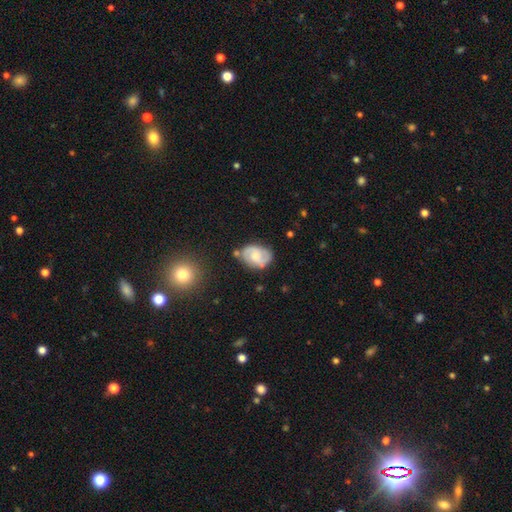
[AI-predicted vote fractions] This is likely a featured or disk galaxy (64%). It is clearly not viewed edge-on (97%). Bar: possibly no (56%). Spiral arm pattern: clearly yes (89%). Spiral arm count: likely 2 (79%). Spiral winding: possibly medium (47%). Central bulge: possibly moderate (46%). Merging: likely none (68%).